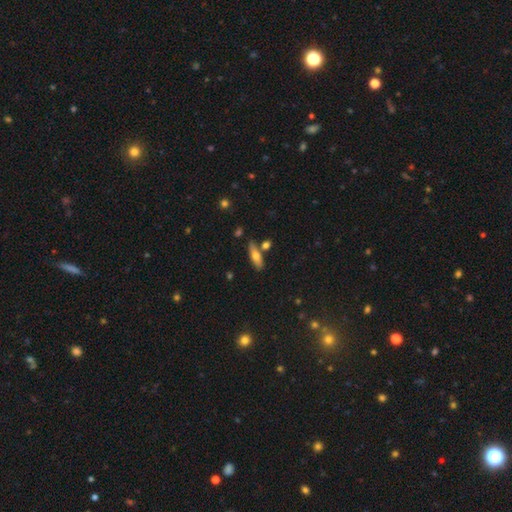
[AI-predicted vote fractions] A smooth galaxy with no disk features (63%) that is cigar-shaped (50%). Merging: none (73%).